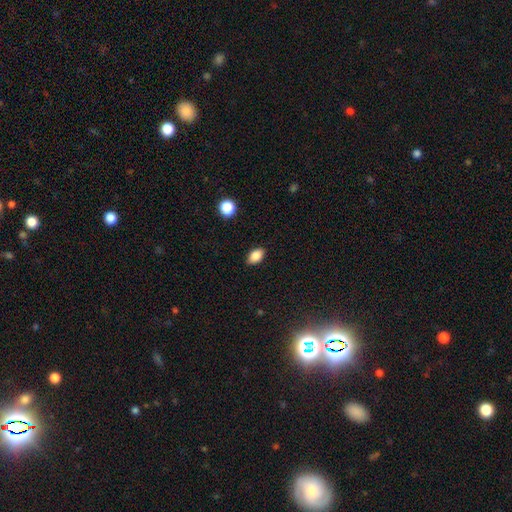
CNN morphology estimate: Overall: smooth (86%). How rounded: in between (89%). Merging: none (87%).